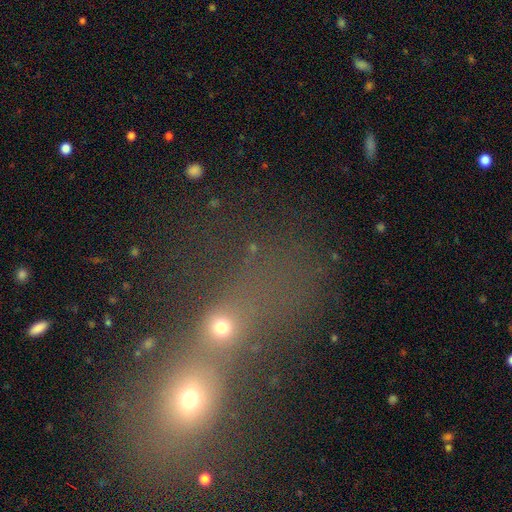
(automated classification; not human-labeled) Smooth or featured? Predicted: smooth (p=0.44). Merging? Predicted: merger (p=0.77).